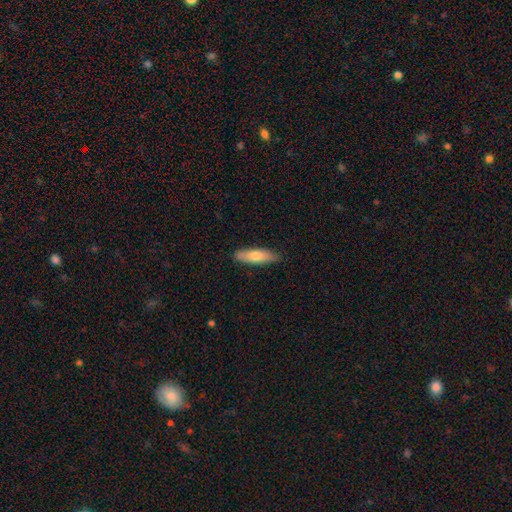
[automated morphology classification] Smooth or featured? Predicted: smooth (p=0.73). How rounded? Predicted: cigar-shaped (p=0.59). Merging? Predicted: none (p=0.87).